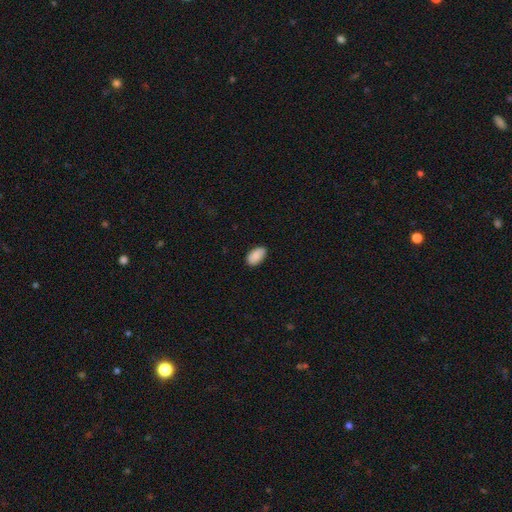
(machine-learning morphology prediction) smooth 87%, star or artifact 7%, featured or disk 6%. Down the decision tree: how rounded — in between (94%); merging — none (83%).